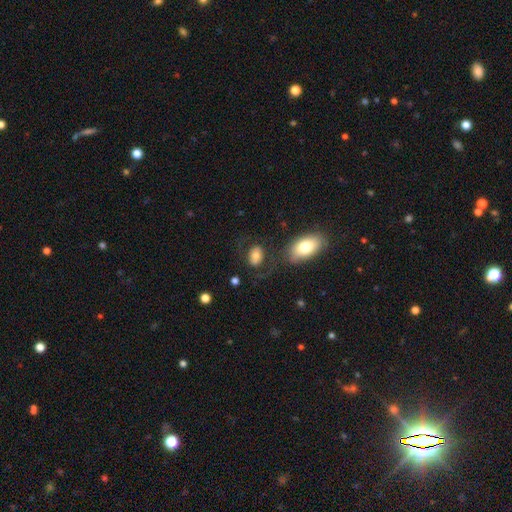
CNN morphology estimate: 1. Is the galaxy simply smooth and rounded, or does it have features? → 69% smooth, 23% featured or disk, 8% star or artifact.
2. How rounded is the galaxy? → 77% in between, 21% round, 2% cigar-shaped.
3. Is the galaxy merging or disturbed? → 65% none, 15% minor disturbance, 13% major disturbance, 7% merger.